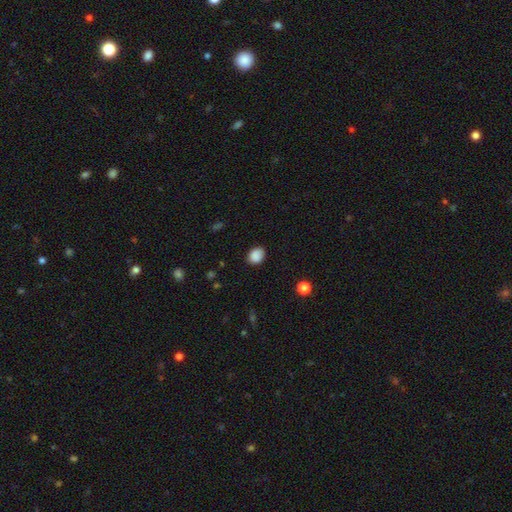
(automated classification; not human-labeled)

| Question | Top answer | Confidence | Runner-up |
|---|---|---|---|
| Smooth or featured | smooth | 88% | star or artifact (9%) |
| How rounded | in between | 55% | round (44%) |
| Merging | none | 85% | minor disturbance (12%) |